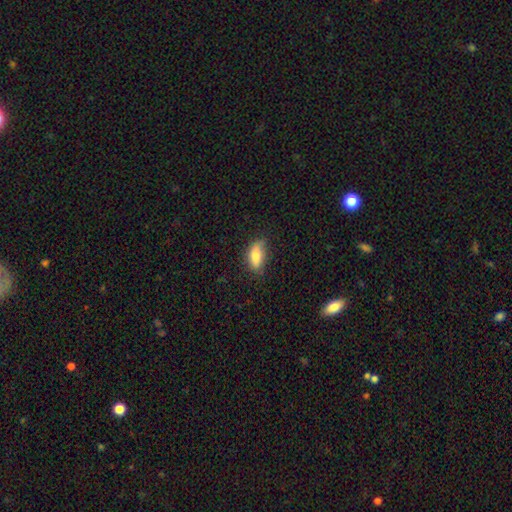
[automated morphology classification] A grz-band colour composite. It shows a smooth galaxy with no disk features (79%) that is in between round and cigar-shaped (86%). Merging: none (68%).